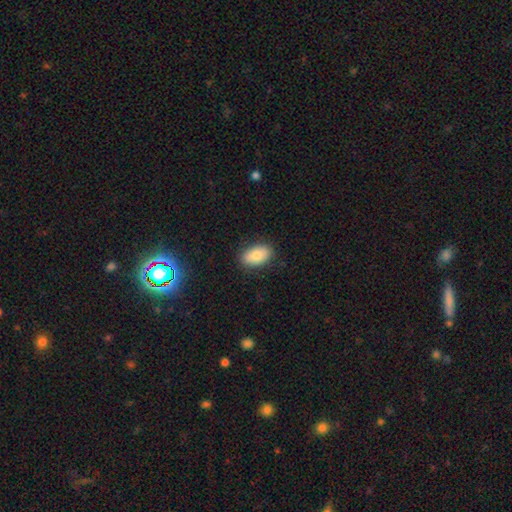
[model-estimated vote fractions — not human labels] This is clearly a smooth galaxy (83%). How rounded: clearly in between (92%). Merging: clearly none (86%).